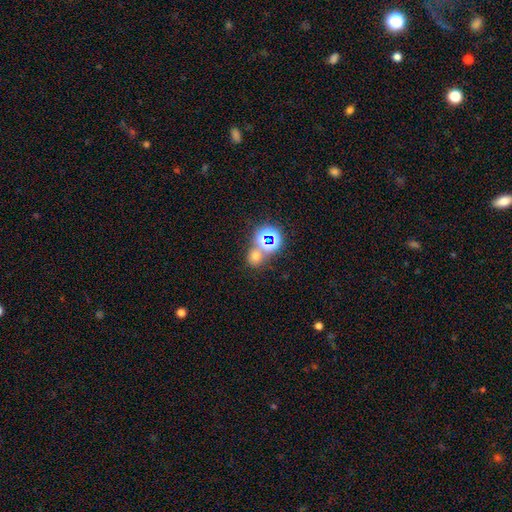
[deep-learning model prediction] smooth_or_featured: smooth (p=0.57) [alt: star or artifact p=0.36]
how_rounded: round (p=0.79) [alt: in between p=0.20]
merging: none (p=0.62) [alt: merger p=0.26]